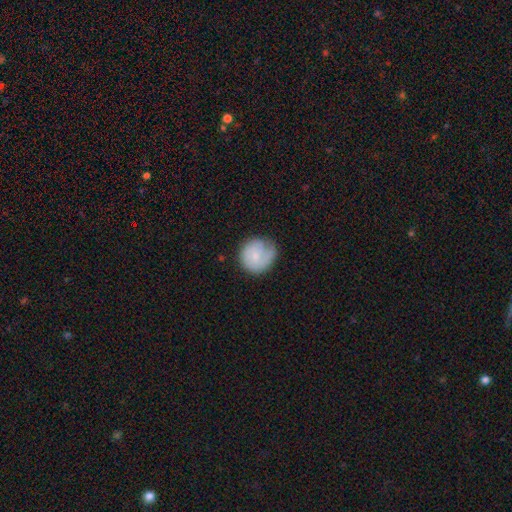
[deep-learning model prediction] Smooth or featured? Predicted: smooth (p=0.64). How rounded? Predicted: round (p=0.89). Merging? Predicted: none (p=0.57).